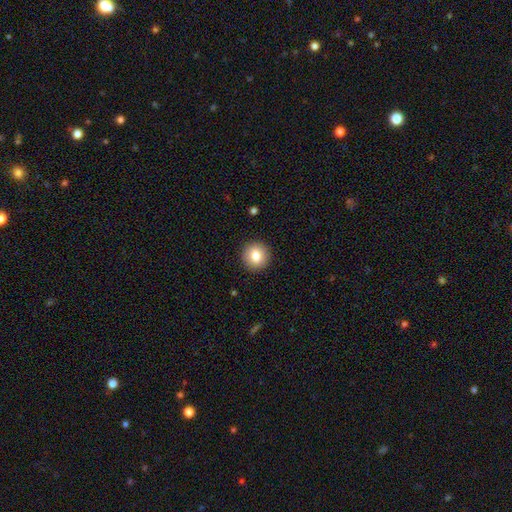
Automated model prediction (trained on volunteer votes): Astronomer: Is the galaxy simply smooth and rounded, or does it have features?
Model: smooth — 83%.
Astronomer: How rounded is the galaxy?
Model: round — 93%.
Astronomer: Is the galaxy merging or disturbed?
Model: none — 92%.